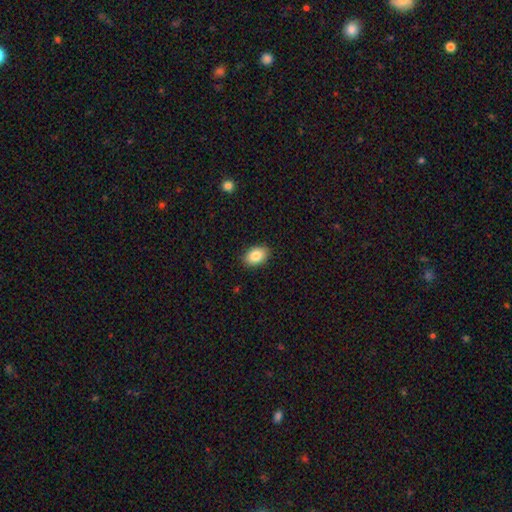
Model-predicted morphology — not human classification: This is clearly a smooth galaxy (86%). How rounded: clearly in between (84%). Merging: clearly none (89%).